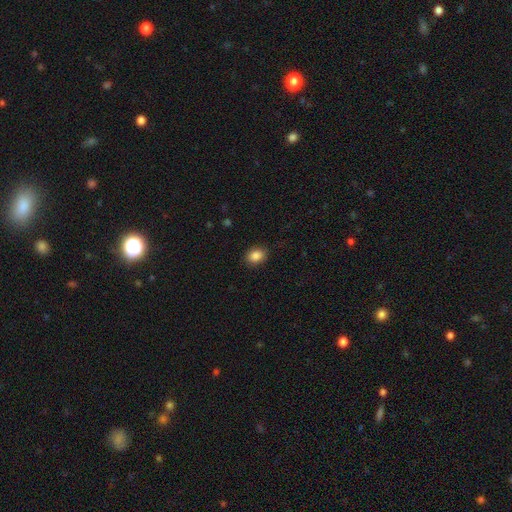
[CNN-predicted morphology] Overall: smooth (86%). How rounded: in between (63%; round 36%). Merging: none (88%).